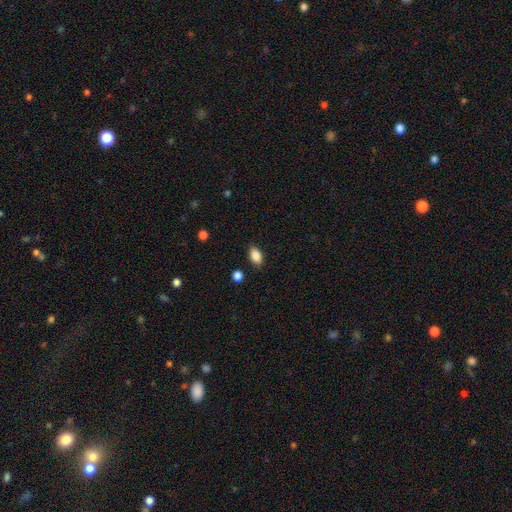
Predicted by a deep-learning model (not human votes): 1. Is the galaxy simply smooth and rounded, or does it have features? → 87% smooth, 8% star or artifact, 4% featured or disk.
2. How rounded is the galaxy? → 88% in between, 10% round, 2% cigar-shaped.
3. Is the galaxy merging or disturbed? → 86% none, 10% minor disturbance, 2% major disturbance, 2% merger.